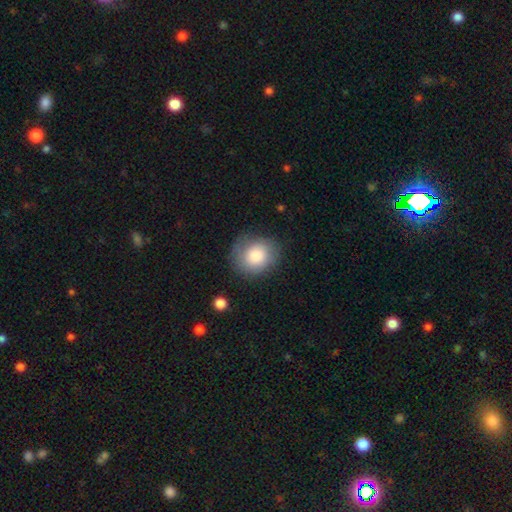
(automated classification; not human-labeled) This is clearly a smooth galaxy (81%). How rounded: likely round (79%). Merging: likely none (79%).